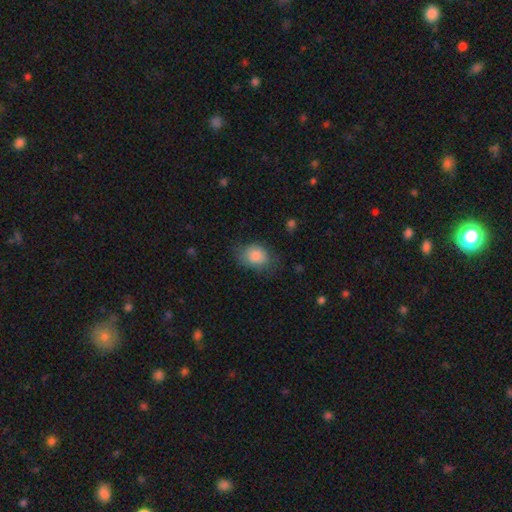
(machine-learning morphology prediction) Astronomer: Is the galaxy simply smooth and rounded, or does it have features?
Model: smooth — 82%.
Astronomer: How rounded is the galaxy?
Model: in between — 65%.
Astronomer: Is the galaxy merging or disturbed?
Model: none — 63%.